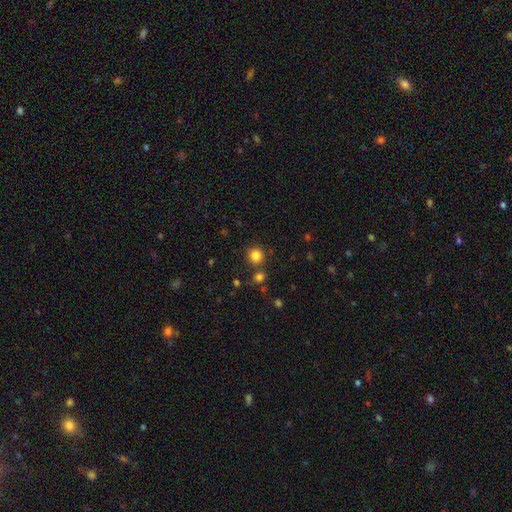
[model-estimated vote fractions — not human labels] Q: Smooth or featured?
A: smooth (84%); runner-up: star or artifact (12%)
Q: How rounded?
A: round (92%); runner-up: in between (7%)
Q: Merging?
A: none (84%); runner-up: merger (7%)